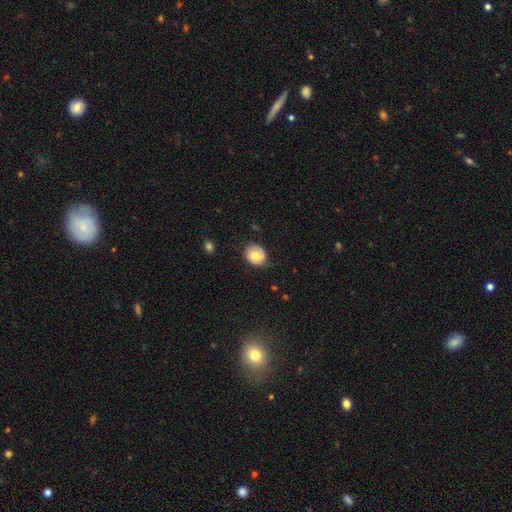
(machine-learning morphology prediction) This is likely a smooth galaxy (61%). How rounded: likely round (61%). Merging: likely none (69%).